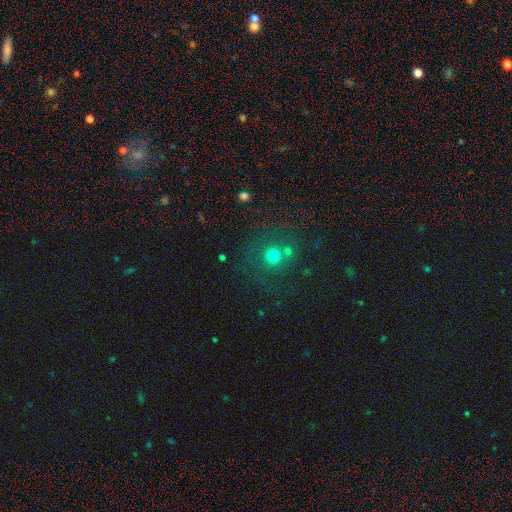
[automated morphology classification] Overall: smooth (49%; star or artifact 40%). Merging: none (72%).